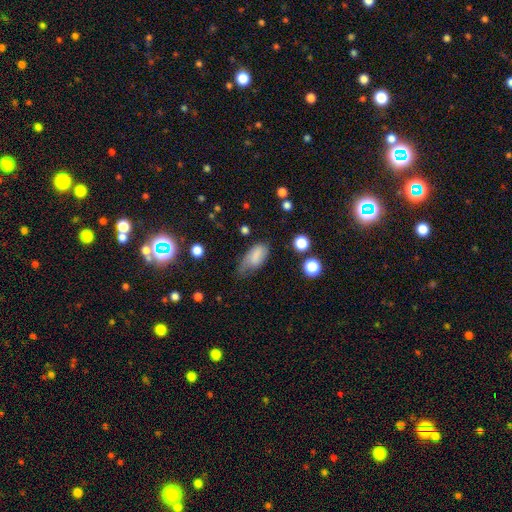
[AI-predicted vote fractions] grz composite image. It shows a smooth galaxy with no disk features (77%) that is in between round and cigar-shaped (90%). Merging: minor disturbance (41%).